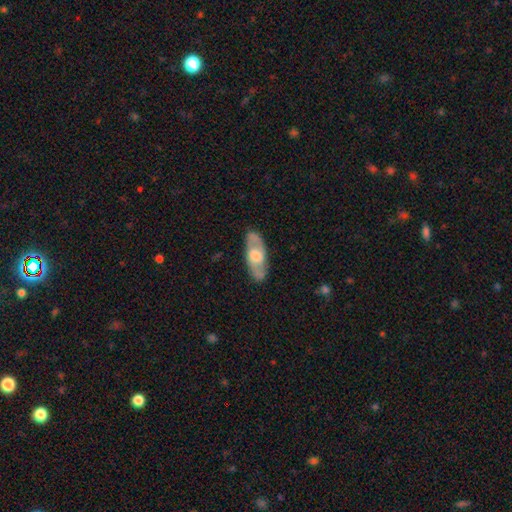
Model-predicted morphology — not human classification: A featured or disk galaxy (62%).

Vote fractions:
- Smooth or featured? featured or disk: 62% / smooth: 33% / star or artifact: 5%
- Edge-on disk? no: 78% / yes: 22%
- Merging? none: 84% / minor disturbance: 12% / major disturbance: 3% / merger: 1%